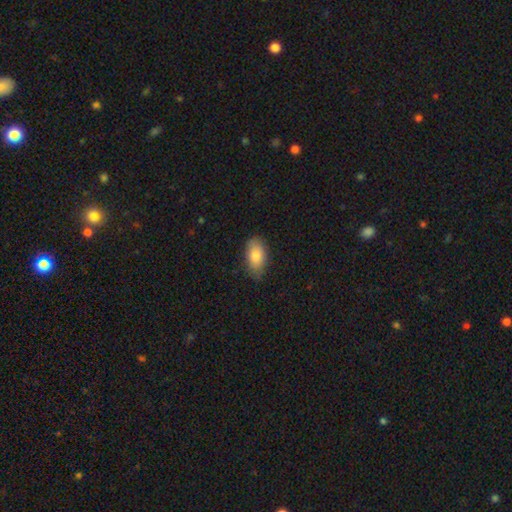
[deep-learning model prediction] smooth-or-featured: smooth: 84% | featured or disk: 10% | star or artifact: 7%
  how-rounded: in between: 92% | round: 5% | cigar-shaped: 3%
  merging: none: 75% | minor disturbance: 21% | major disturbance: 4% | merger: 1%